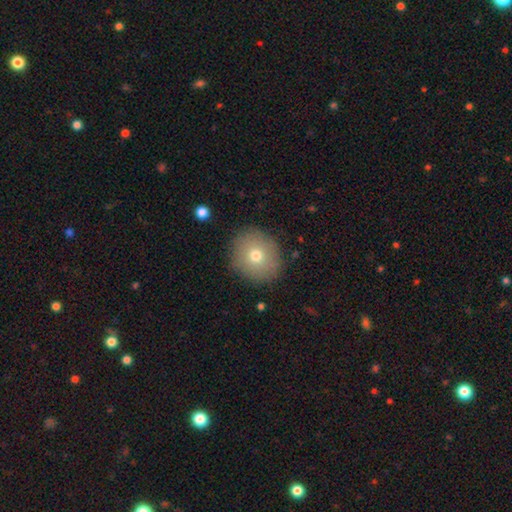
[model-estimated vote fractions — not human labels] smooth 73%, featured or disk 16%, star or artifact 11%. Down the decision tree: how rounded — round (80%); merging — none (87%).